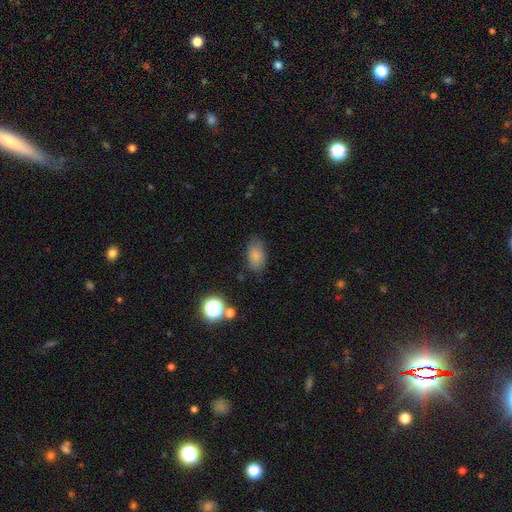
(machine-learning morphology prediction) This is clearly a smooth galaxy (81%). How rounded: clearly in between (90%). Merging: likely none (75%).